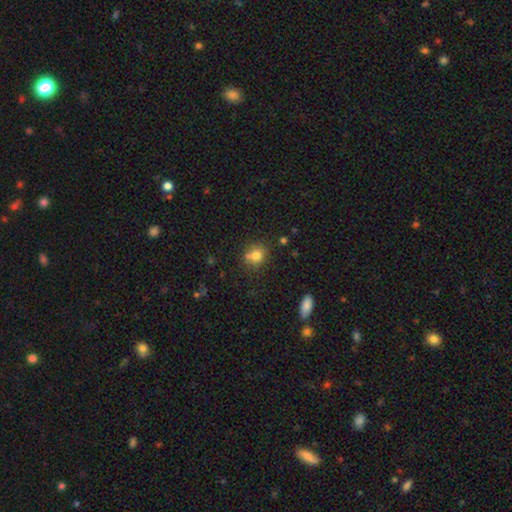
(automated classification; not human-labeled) Smooth or featured: smooth — 76% (star or artifact — 13%)
How rounded: round — 72% (in between — 27%)
Merging: none — 61% (merger — 20%)